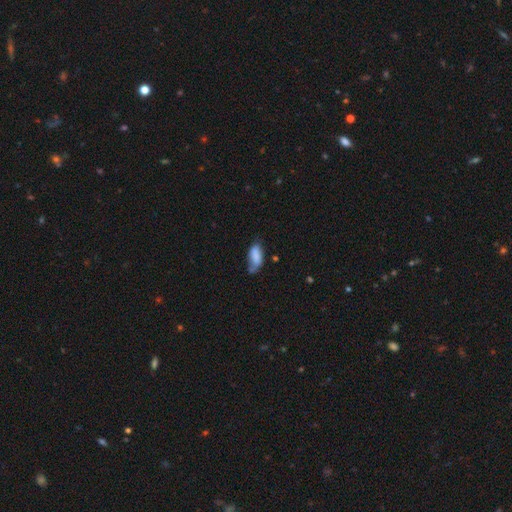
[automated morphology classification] Smooth or featured? Predicted: smooth (p=0.81). How rounded? Predicted: in between (p=0.88). Merging? Predicted: none (p=0.43).